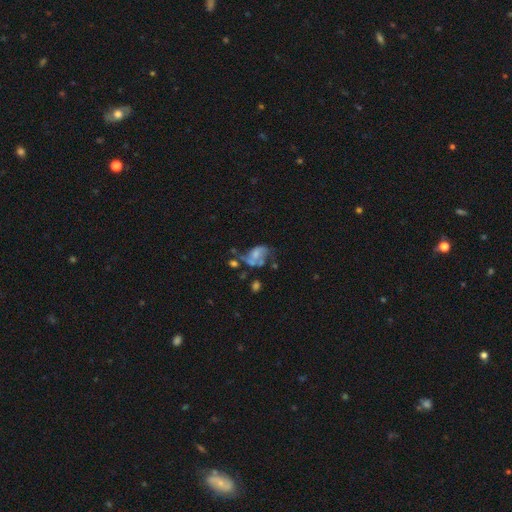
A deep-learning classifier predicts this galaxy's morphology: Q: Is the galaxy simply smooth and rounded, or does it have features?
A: featured or disk — 53%.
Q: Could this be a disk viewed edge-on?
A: no — 97%.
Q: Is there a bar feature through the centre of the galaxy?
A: no — 74%.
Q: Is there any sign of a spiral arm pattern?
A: yes — 54%.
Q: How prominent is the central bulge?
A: small — 32%.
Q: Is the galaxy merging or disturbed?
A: major disturbance — 32%.